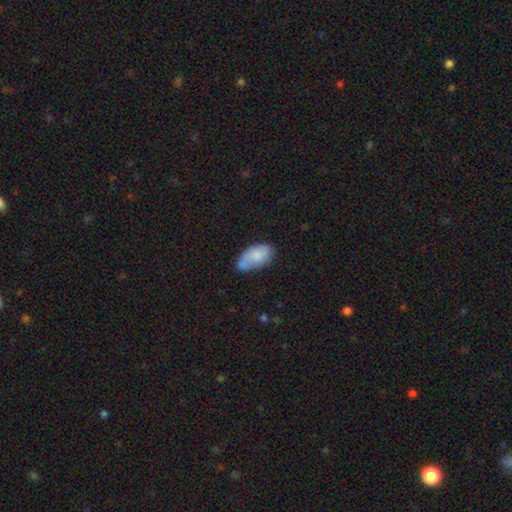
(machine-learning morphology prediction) smooth 78%, featured or disk 15%, star or artifact 7%. Down the decision tree: how rounded — in between (93%); merging — none (48%).